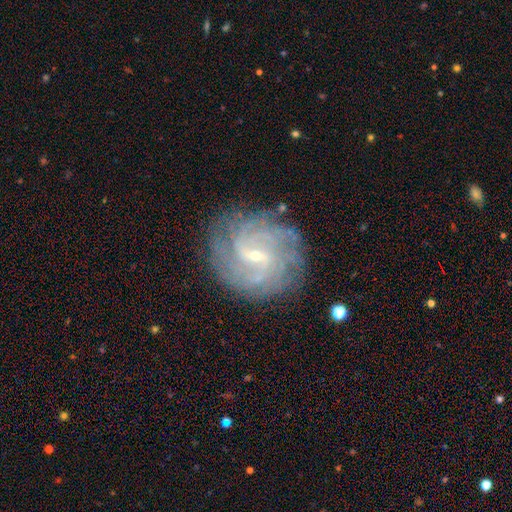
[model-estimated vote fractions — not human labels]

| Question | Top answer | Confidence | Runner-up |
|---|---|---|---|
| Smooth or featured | featured or disk | 86% | smooth (8%) |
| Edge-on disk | no | 97% | yes (3%) |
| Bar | weak | 58% | no (23%) |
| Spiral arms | yes | 95% | no (5%) |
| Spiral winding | tight | 61% | medium (30%) |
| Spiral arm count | can't tell | 34% | 4 (21%) |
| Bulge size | small | 80% | moderate (16%) |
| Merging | none | 81% | minor disturbance (13%) |